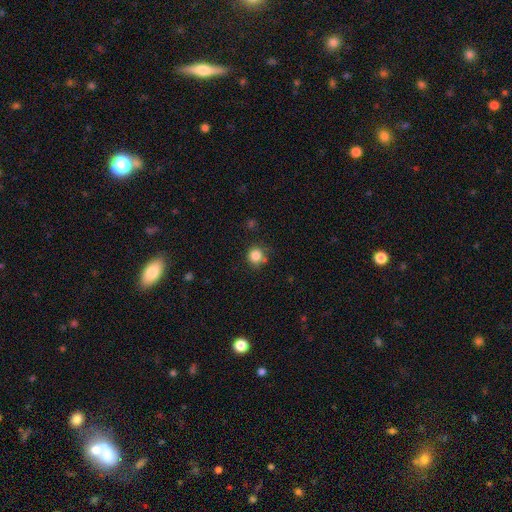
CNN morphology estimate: Smooth or featured?
  - smooth: 84% *
  - star or artifact: 11%
  - featured or disk: 5%
How rounded?
  - round: 90% *
  - in between: 10%
  - cigar-shaped: 1%
Merging?
  - none: 72% *
  - minor disturbance: 18%
  - merger: 6%
  - major disturbance: 5%